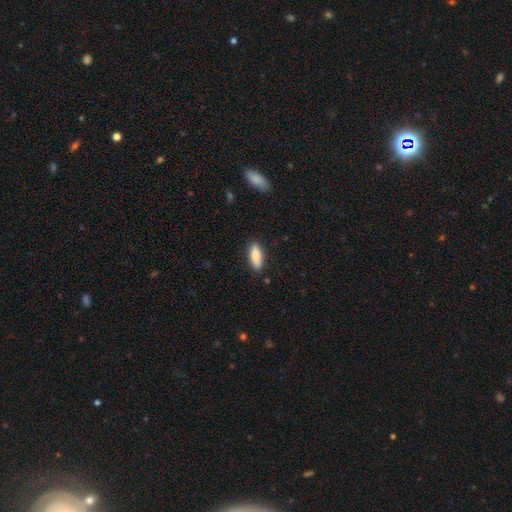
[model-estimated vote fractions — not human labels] A smooth galaxy with no disk features (82%) that is in between round and cigar-shaped (62%). Merging: none (87%).